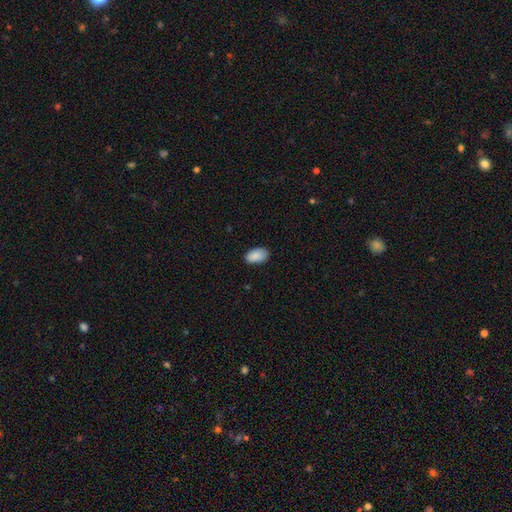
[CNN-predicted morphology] Smooth or featured? Predicted: smooth (p=0.88). How rounded? Predicted: in between (p=0.94). Merging? Predicted: none (p=0.83).